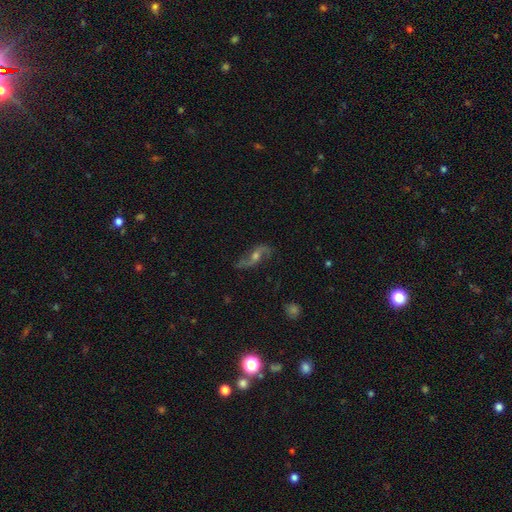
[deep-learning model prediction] A featured or disk galaxy (83%) with no bar (49%), 2 (92%) loose (75%) spiral arms (94%) and a moderate central bulge (59%).

Vote fractions:
- Smooth or featured? featured or disk: 83% / smooth: 9% / star or artifact: 8%
- Edge-on disk? no: 91% / yes: 9%
- Bar? no: 49% / weak: 37% / strong: 14%
- Spiral arms? yes: 94% / no: 6%
- Spiral winding? loose: 75% / medium: 20% / tight: 5%
- Spiral arm count? 2: 92% / can't tell: 3% / 1: 2% / 3: 1% / 4: 1% / more than 4: 1%
- Bulge size? moderate: 59% / small: 30% / large: 6% / none: 3% / dominant: 1%
- Merging? none: 76% / minor disturbance: 15% / major disturbance: 7% / merger: 2%